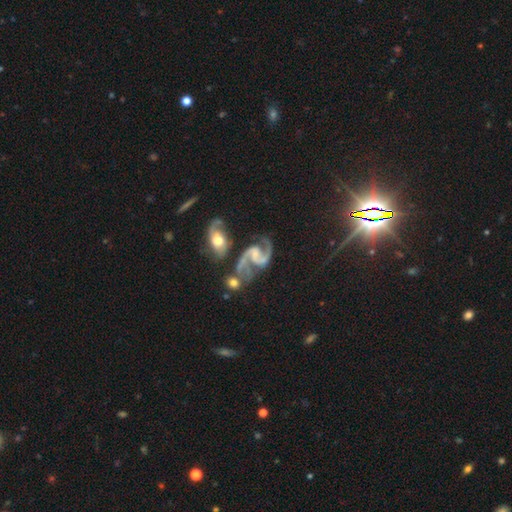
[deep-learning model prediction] The model was most divided on "spiral winding": medium: 47%, loose: 45%, tight: 8%. Remaining: edge-on disk — no (98%); spiral arms — yes (97%); spiral arm count — 2 (93%); smooth or featured — featured or disk (91%); bulge size — small (47%); merging — none (45%); bar — weak (45%).